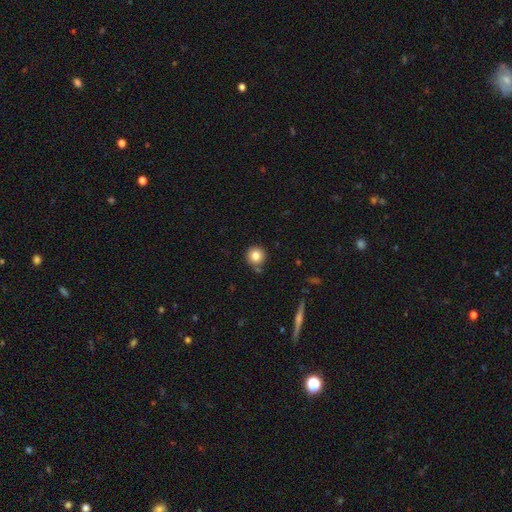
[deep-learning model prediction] smooth_or_featured: smooth (p=0.83) [alt: star or artifact p=0.10]
how_rounded: round (p=0.94) [alt: in between p=0.05]
merging: none (p=0.80) [alt: minor disturbance p=0.12]